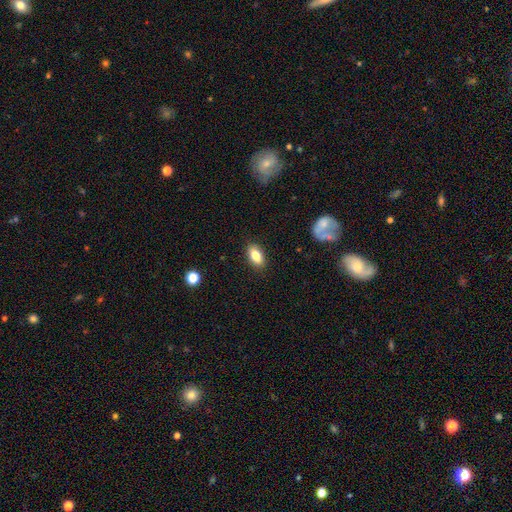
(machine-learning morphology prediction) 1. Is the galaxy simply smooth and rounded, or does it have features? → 82% smooth, 10% featured or disk, 8% star or artifact.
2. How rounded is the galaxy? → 90% in between, 6% round, 4% cigar-shaped.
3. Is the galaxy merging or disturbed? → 88% none, 9% minor disturbance, 2% major disturbance, 1% merger.